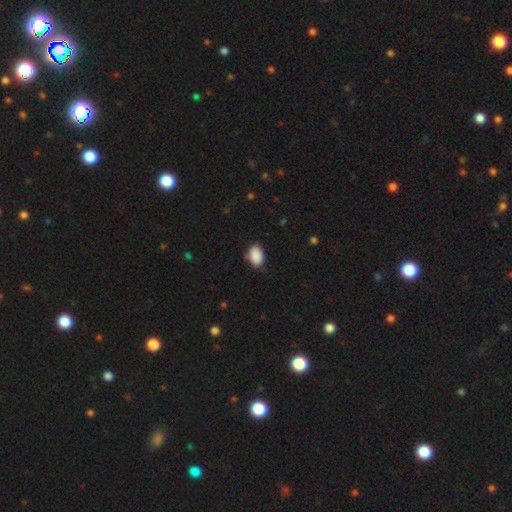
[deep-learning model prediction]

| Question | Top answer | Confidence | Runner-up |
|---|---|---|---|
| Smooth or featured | smooth | 90% | star or artifact (7%) |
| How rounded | in between | 83% | round (16%) |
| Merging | none | 81% | minor disturbance (15%) |